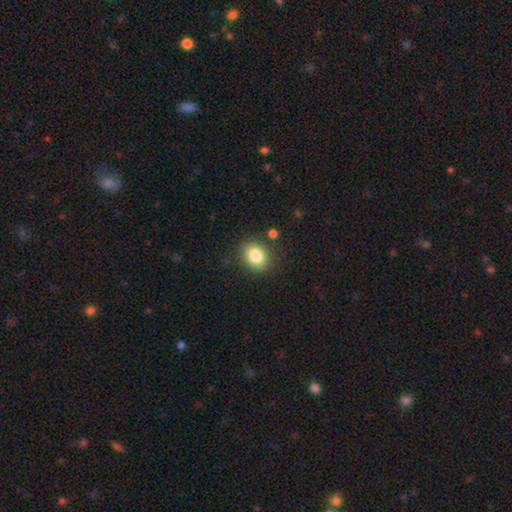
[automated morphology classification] A smooth galaxy with no disk features (83%) that is round (55%). Merging: none (83%).